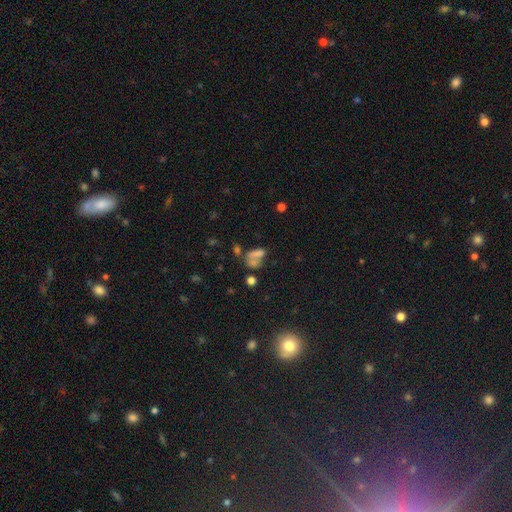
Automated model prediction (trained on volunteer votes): This is possibly a smooth galaxy (57%). How rounded: likely in between (74%). Merging: marginally merger (45%).